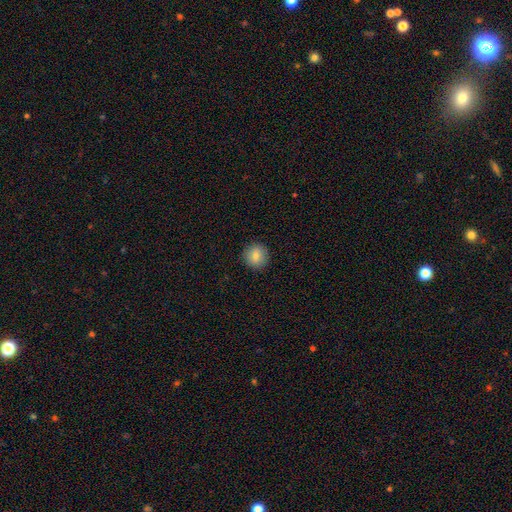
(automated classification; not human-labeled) This appears to be a smooth galaxy with no disk features (81%) that is round (93%). Merging: none (92%).